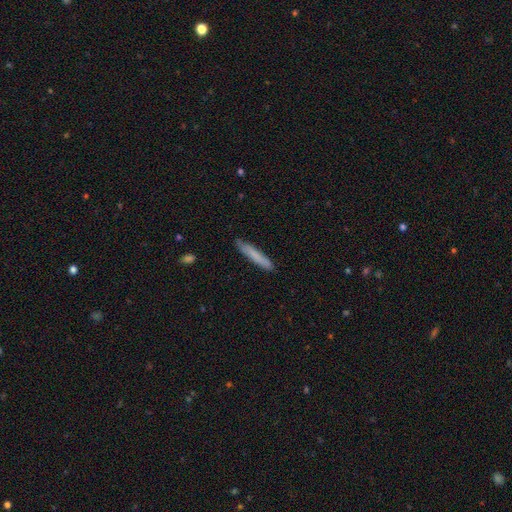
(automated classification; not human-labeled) smooth-or-featured: smooth: 77% | featured or disk: 17% | star or artifact: 6%
  how-rounded: cigar-shaped: 94% | in between: 4% | round: 1%
  merging: none: 88% | minor disturbance: 9% | major disturbance: 2% | merger: 1%